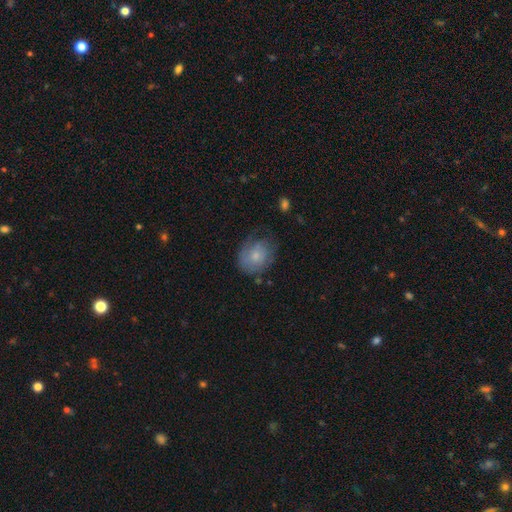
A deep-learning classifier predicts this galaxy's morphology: This is possibly a smooth galaxy (59%). How rounded: possibly round (55%). Merging: possibly none (53%).